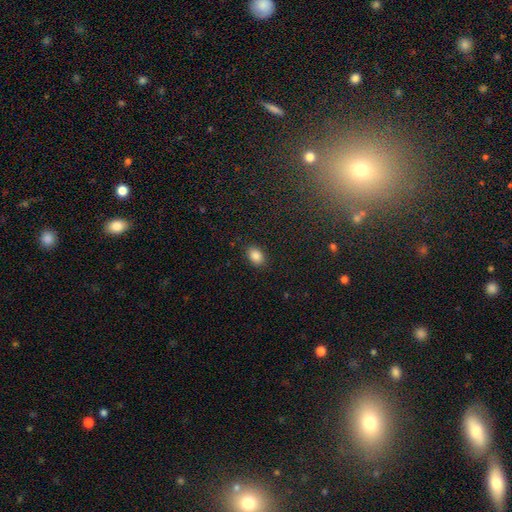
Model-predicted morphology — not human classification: Smooth or featured? smooth (85%)
How rounded? in between (81%)
Merging? none (87%)